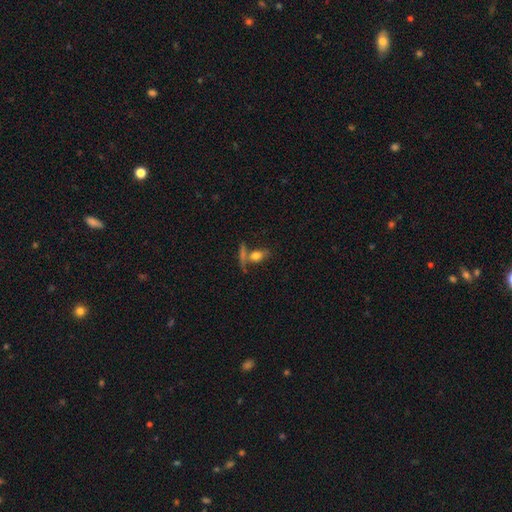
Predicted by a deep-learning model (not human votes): Smooth or featured? Predicted: smooth (p=0.67). How rounded? Predicted: in between (p=0.63). Merging? Predicted: none (p=0.48).